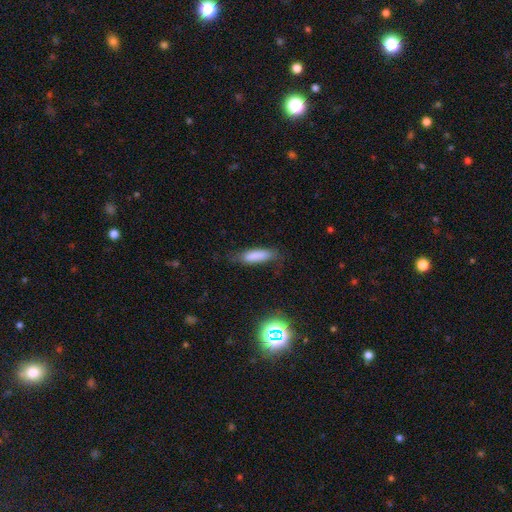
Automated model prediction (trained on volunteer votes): smooth 81%, featured or disk 10%, star or artifact 9%. Down the decision tree: how rounded — cigar-shaped (59%); merging — none (69%).